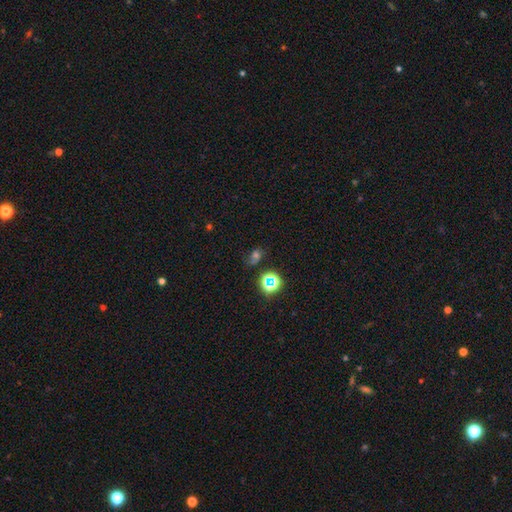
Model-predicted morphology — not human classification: Smooth or featured? star or artifact (44%)